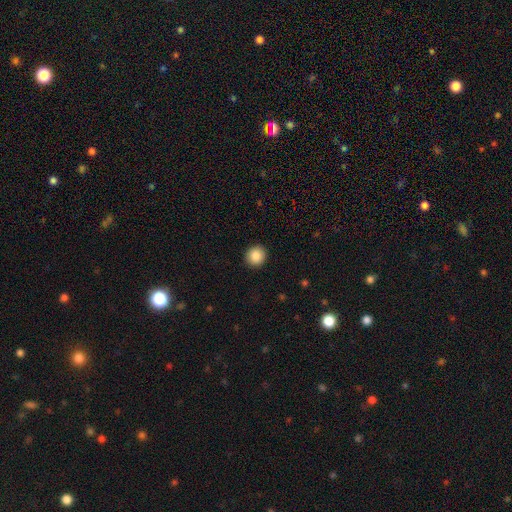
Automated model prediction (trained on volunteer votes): This is clearly a smooth galaxy (88%). How rounded: clearly round (91%). Merging: clearly none (93%).